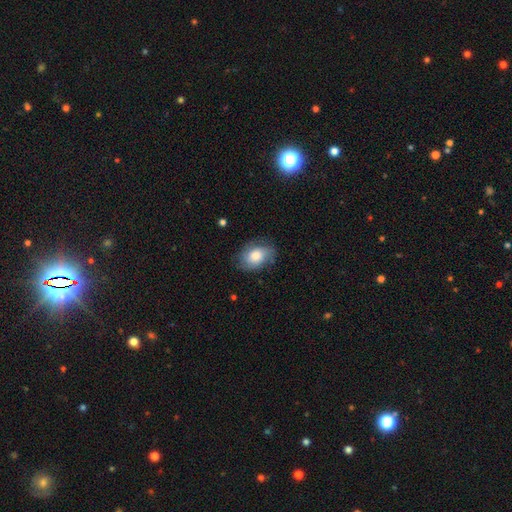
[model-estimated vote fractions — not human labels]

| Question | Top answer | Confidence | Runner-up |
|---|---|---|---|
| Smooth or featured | smooth | 66% | featured or disk (27%) |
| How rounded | in between | 81% | round (18%) |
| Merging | none | 69% | minor disturbance (23%) |